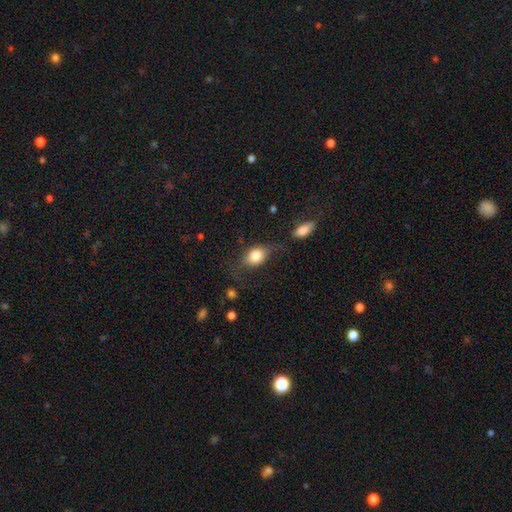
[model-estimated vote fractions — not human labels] smooth-or-featured: smooth: 78% | featured or disk: 14% | star or artifact: 8%
  how-rounded: in between: 73% | round: 25% | cigar-shaped: 2%
  merging: none: 49% | minor disturbance: 27% | major disturbance: 18% | merger: 6%